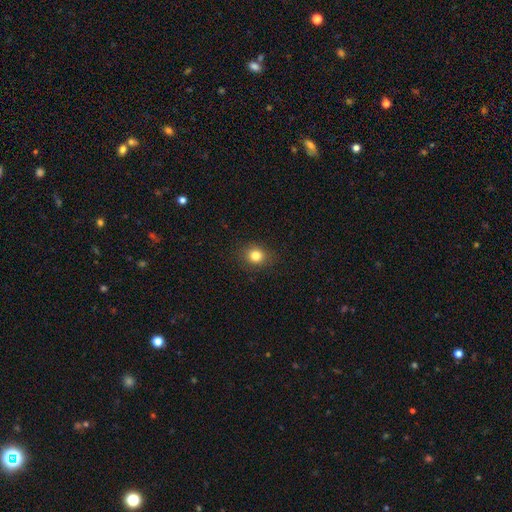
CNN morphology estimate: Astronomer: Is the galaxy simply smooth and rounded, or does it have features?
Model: smooth — 82%.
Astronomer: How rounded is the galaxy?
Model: round — 73%.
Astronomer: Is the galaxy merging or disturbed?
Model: none — 88%.